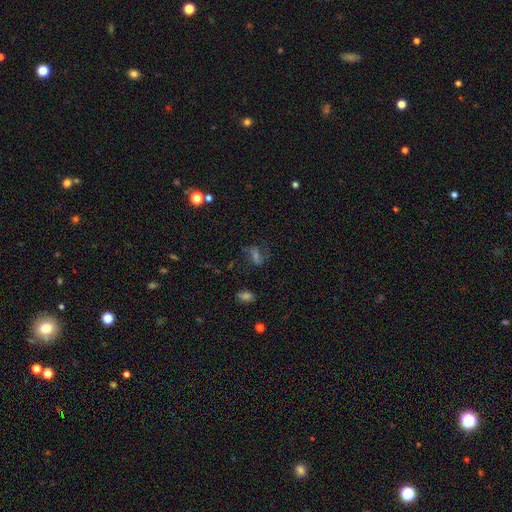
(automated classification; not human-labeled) smooth-or-featured: featured or disk: 37% | smooth: 32% | star or artifact: 31%
  merging: none: 66% | minor disturbance: 16% | major disturbance: 14% | merger: 4%